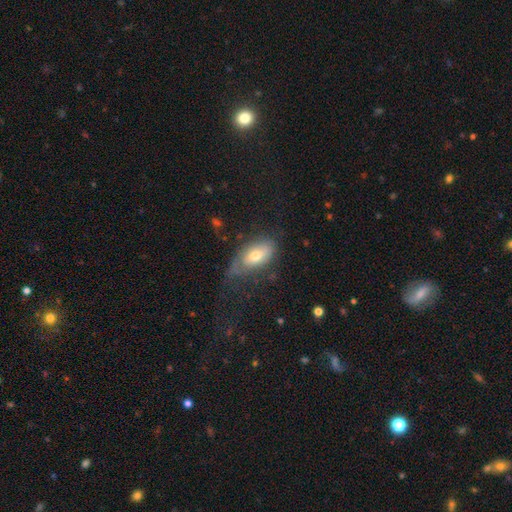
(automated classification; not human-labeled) Smooth or featured: smooth — 62% (featured or disk — 31%)
How rounded: in between — 90% (cigar-shaped — 6%)
Merging: none — 41% (minor disturbance — 32%)